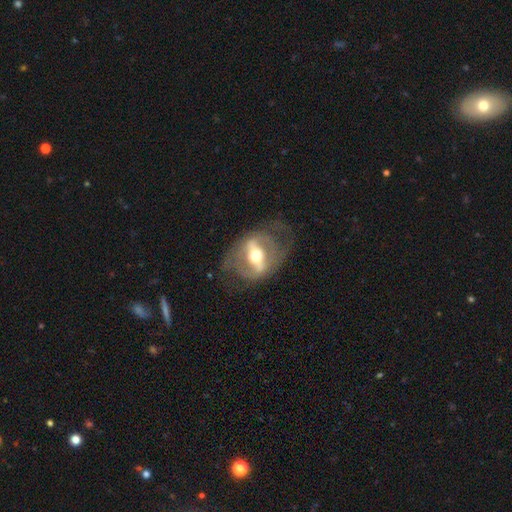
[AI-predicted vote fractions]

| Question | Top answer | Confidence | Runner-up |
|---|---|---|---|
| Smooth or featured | featured or disk | 78% | smooth (17%) |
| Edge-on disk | no | 86% | yes (14%) |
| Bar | strong | 66% | weak (20%) |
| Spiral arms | no | 56% | yes (44%) |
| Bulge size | moderate | 64% | large (23%) |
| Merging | none | 63% | major disturbance (19%) |